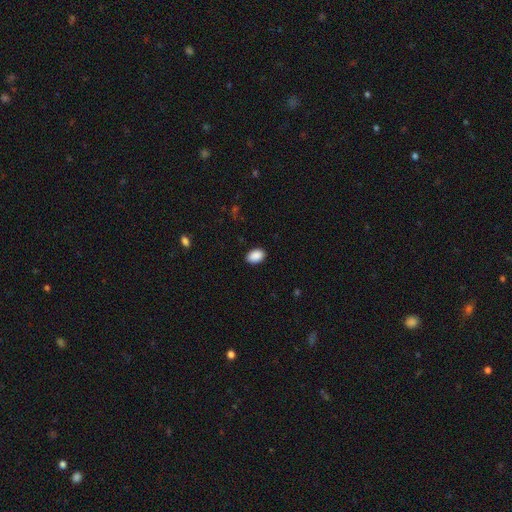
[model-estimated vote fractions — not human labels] Smooth or featured? Predicted: smooth (p=0.90). How rounded? Predicted: in between (p=0.89). Merging? Predicted: none (p=0.89).